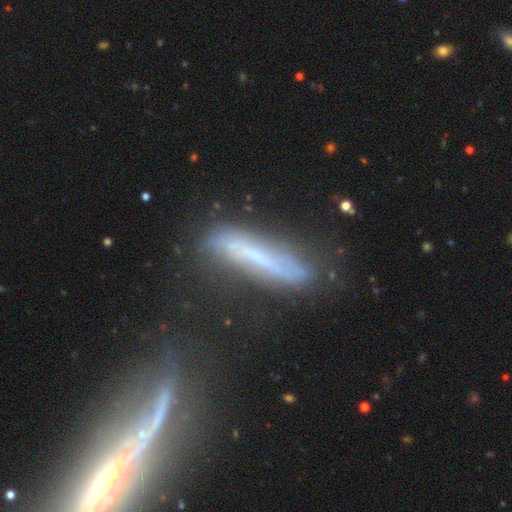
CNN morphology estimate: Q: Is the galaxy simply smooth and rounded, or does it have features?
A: featured or disk — 52%.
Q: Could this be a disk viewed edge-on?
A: yes — 65%.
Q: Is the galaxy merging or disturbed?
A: none — 59%.